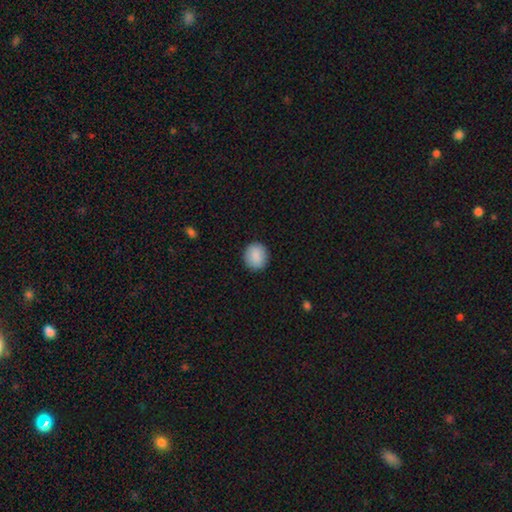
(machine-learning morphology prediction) smooth 89%, star or artifact 7%, featured or disk 4%. Down the decision tree: how rounded — round (81%); merging — none (90%).